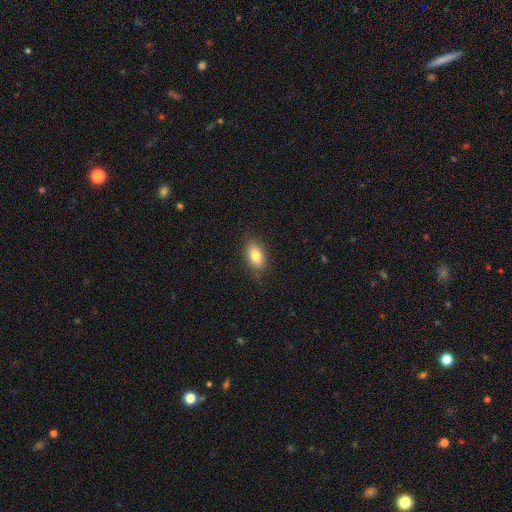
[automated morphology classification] A smooth galaxy with no disk features (82%) that is in between round and cigar-shaped (89%). Merging: none (84%).